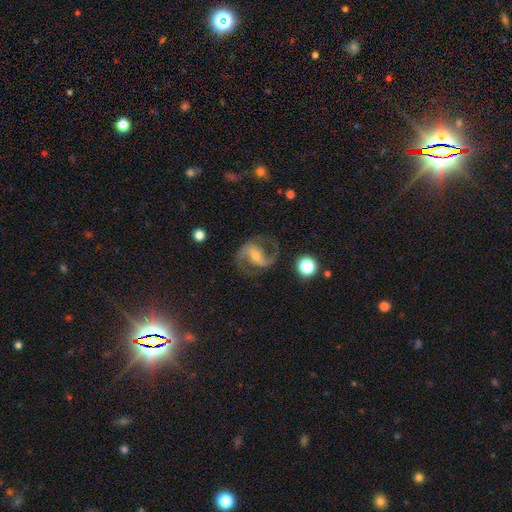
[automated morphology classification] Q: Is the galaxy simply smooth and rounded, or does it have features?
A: featured or disk — 89%.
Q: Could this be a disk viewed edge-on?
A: no — 98%.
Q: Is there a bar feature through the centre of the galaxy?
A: strong — 40%, tied with weak.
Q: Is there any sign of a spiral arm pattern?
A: yes — 97%.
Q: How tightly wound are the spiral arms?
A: medium — 59%.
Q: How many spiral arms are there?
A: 2 — 93%.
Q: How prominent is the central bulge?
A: moderate — 50%.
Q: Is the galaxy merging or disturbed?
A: none — 78%.